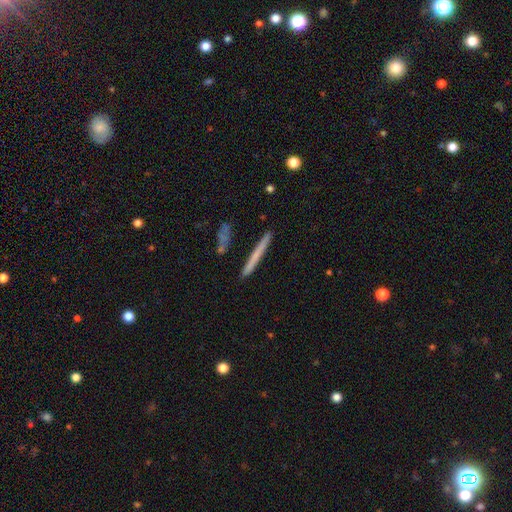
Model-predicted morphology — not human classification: A smooth galaxy with no disk features (57%) that is cigar-shaped (97%). Merging: none (89%).